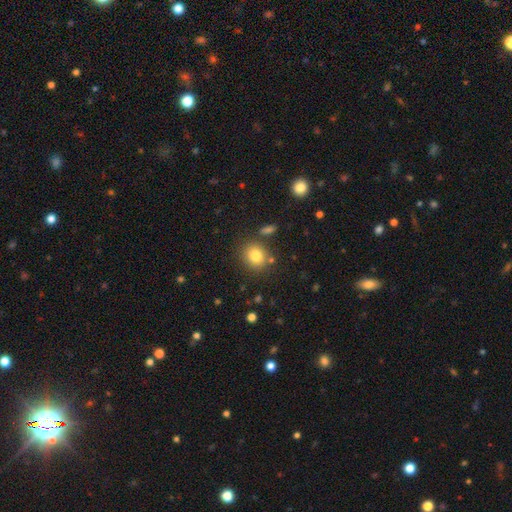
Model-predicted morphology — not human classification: smooth 81%, star or artifact 11%, featured or disk 8%. Down the decision tree: how rounded — round (70%); merging — none (80%).